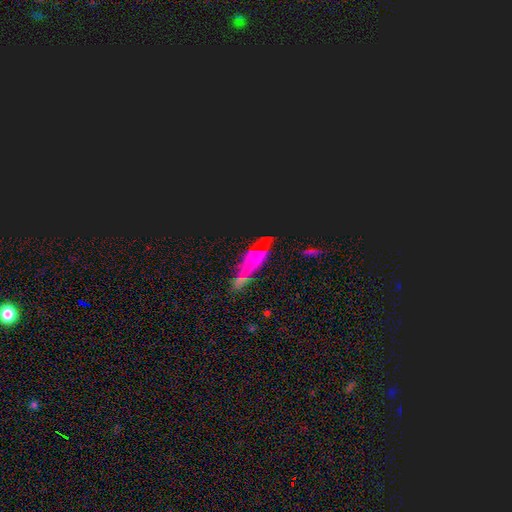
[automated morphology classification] Overall: featured or disk (34%; star or artifact 33%). Merging: none (59%).